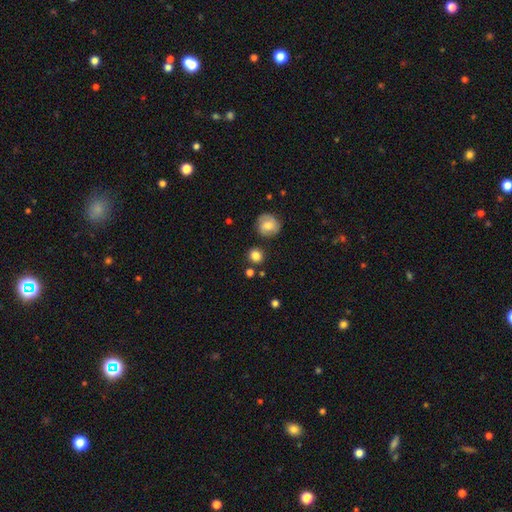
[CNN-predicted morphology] This appears to be a smooth galaxy with no disk features (83%) that is round (87%). Merging: none (81%).